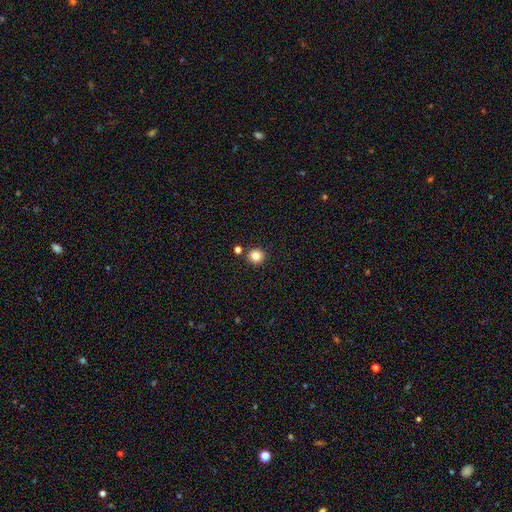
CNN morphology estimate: smooth_or_featured: smooth (p=0.83) [alt: star or artifact p=0.12]
how_rounded: round (p=0.94) [alt: in between p=0.05]
merging: none (p=0.88) [alt: minor disturbance p=0.05]